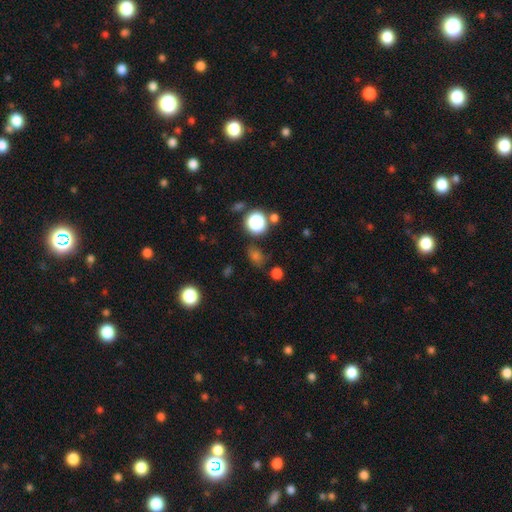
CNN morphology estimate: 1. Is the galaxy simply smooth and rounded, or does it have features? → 58% smooth, 34% star or artifact, 8% featured or disk.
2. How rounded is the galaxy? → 61% round, 37% in between, 2% cigar-shaped.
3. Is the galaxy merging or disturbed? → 78% none, 12% minor disturbance, 6% merger, 4% major disturbance.